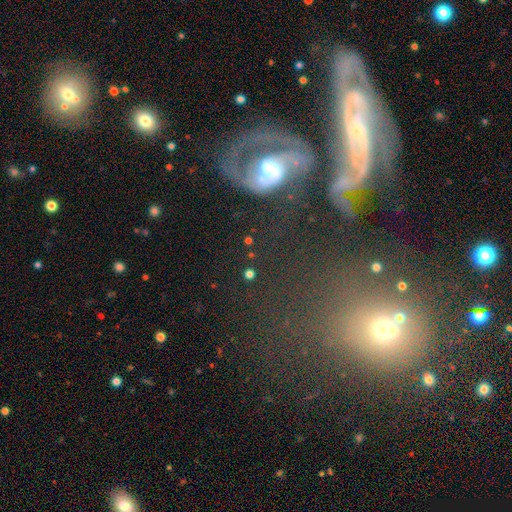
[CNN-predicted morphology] Overall: featured or disk (62%). Edge-on disk: no (89%). Bar: no (50%; weak 31%). Spiral arms: yes (76%). Bulge size: moderate (51%; small 29%). Merging: none (39%; merger 25%).